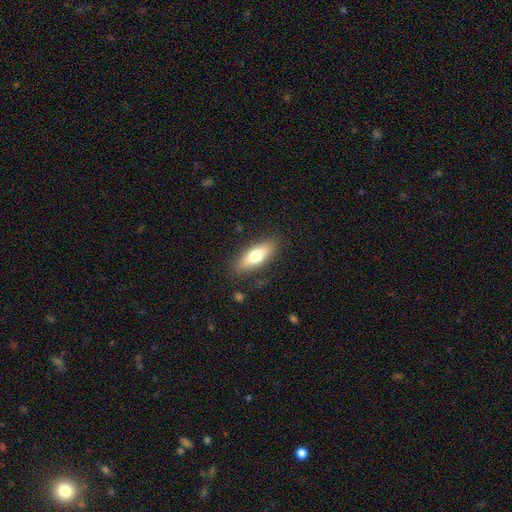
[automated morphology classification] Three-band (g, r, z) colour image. It shows a smooth galaxy with no disk features (66%) that is in between round and cigar-shaped (61%). Merging: none (85%).